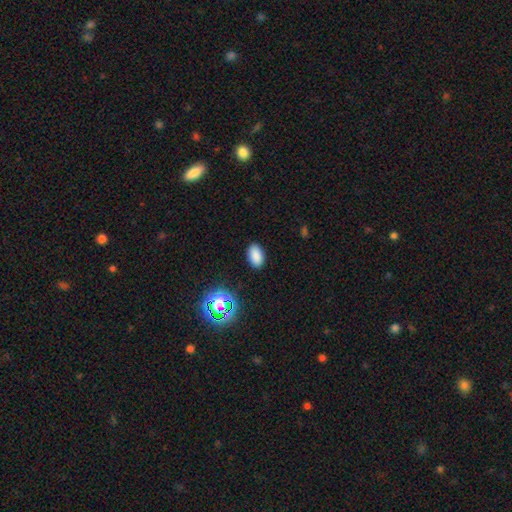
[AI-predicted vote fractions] Smooth or featured?
  - smooth: 82% *
  - star or artifact: 14%
  - featured or disk: 4%
How rounded?
  - in between: 91% *
  - round: 7%
  - cigar-shaped: 1%
Merging?
  - none: 88% *
  - minor disturbance: 9%
  - major disturbance: 2%
  - merger: 1%